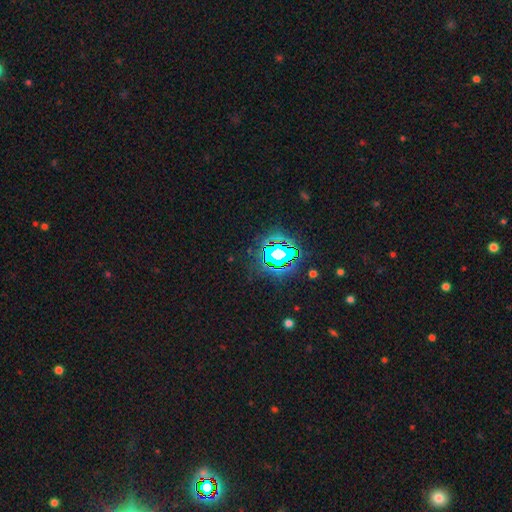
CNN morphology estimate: smooth_or_featured: star or artifact (p=0.84) [alt: smooth p=0.09]